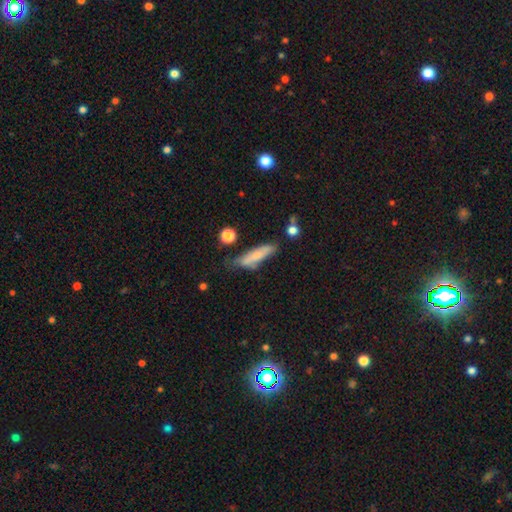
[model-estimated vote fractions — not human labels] The model was most divided on "merging": none: 57%, minor disturbance: 27%, major disturbance: 8%, merger: 7%. More confident: how rounded — cigar-shaped (69%); smooth or featured — smooth (68%).